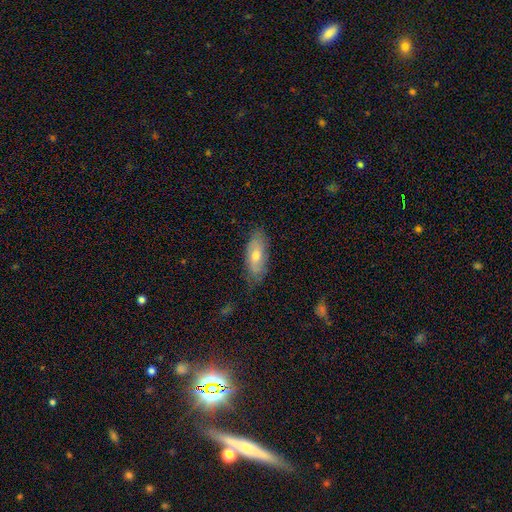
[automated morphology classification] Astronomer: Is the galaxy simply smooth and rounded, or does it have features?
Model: smooth — 60%.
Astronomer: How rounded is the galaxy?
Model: in between — 78%.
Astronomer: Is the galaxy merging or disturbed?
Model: none — 76%.